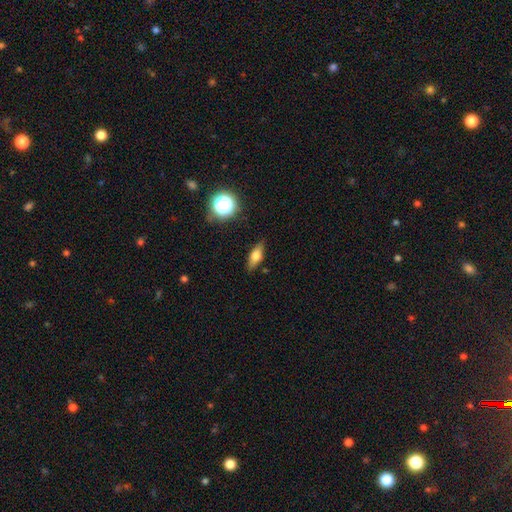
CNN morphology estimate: Smooth or featured? smooth (58%)
How rounded? in between (59%)
Merging? none (85%)